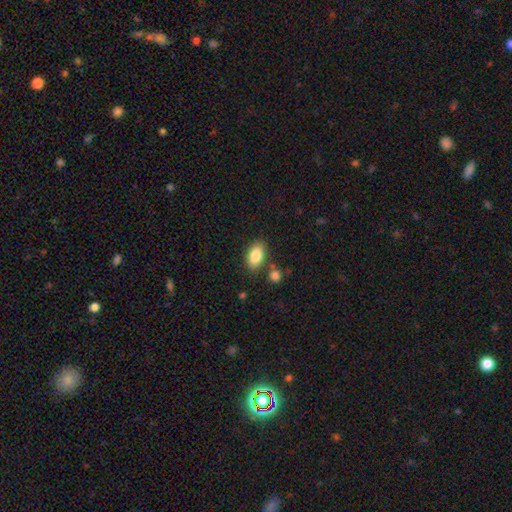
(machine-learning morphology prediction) Smooth or featured?
  - smooth: 85% *
  - featured or disk: 8%
  - star or artifact: 7%
How rounded?
  - in between: 92% *
  - round: 6%
  - cigar-shaped: 2%
Merging?
  - none: 77% *
  - minor disturbance: 12%
  - merger: 8%
  - major disturbance: 3%